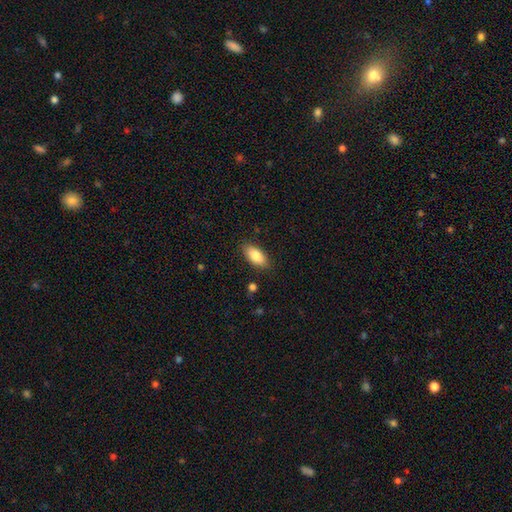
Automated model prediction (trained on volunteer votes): smooth_or_featured: smooth (p=0.85) [alt: featured or disk p=0.09]
how_rounded: in between (p=0.88) [alt: cigar-shaped p=0.09]
merging: none (p=0.86) [alt: minor disturbance p=0.10]